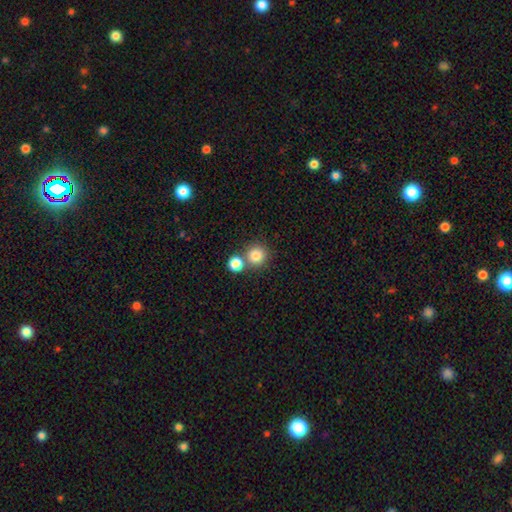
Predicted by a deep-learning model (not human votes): The model was most divided on "merging": none: 66%, merger: 25%, minor disturbance: 7%, major disturbance: 3%. More confident: how rounded — round (93%); smooth or featured — smooth (82%).